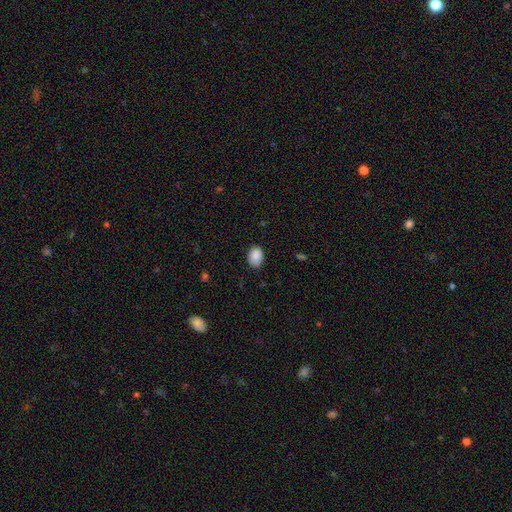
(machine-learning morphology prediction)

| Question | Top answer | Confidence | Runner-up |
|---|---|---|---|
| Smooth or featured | smooth | 87% | star or artifact (8%) |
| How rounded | in between | 69% | round (30%) |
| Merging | none | 75% | minor disturbance (20%) |